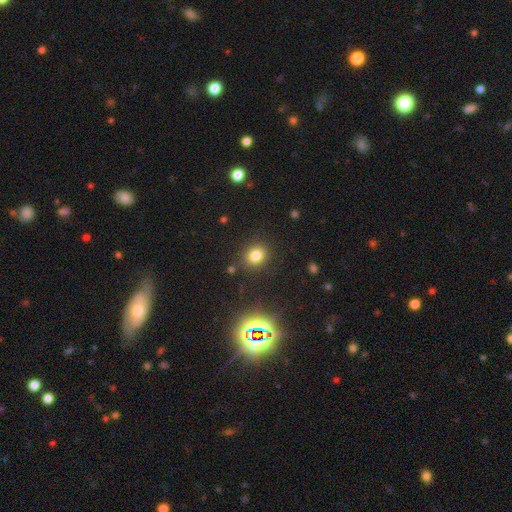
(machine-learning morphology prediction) Smooth or featured? Predicted: smooth (p=0.77). How rounded? Predicted: round (p=0.71). Merging? Predicted: none (p=0.86).